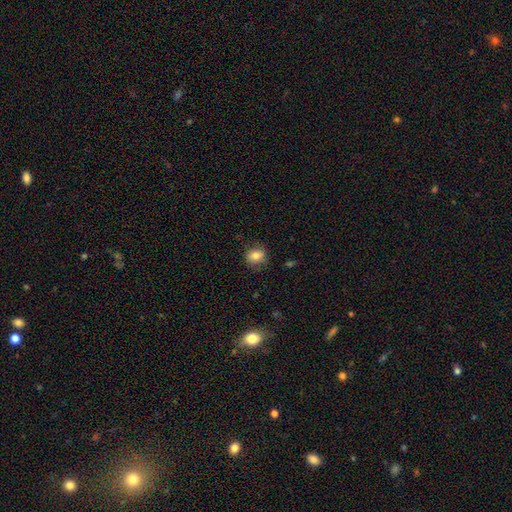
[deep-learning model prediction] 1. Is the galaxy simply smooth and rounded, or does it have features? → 80% smooth, 10% star or artifact, 10% featured or disk.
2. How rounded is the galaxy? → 64% round, 35% in between, 1% cigar-shaped.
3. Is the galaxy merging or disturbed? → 81% none, 14% minor disturbance, 4% major disturbance, 1% merger.